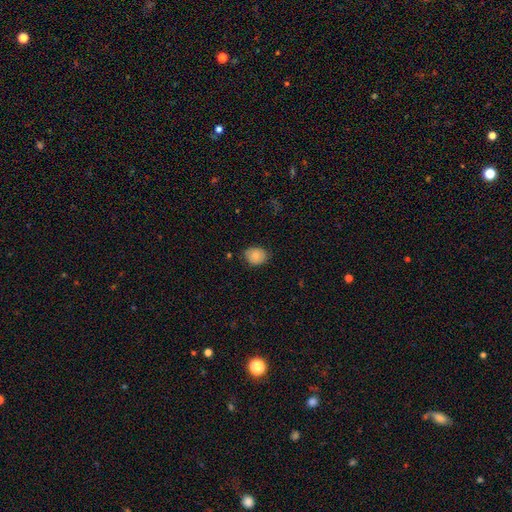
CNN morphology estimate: type=smooth (80%); roundness=round (50%); merging=none (77%).